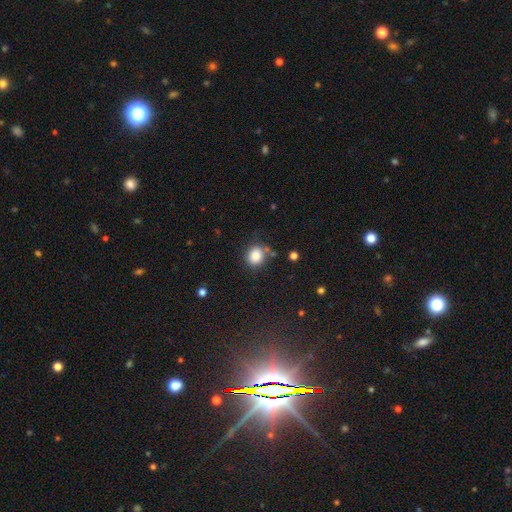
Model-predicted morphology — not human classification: Overall: smooth (85%). How rounded: round (77%). Merging: none (70%).